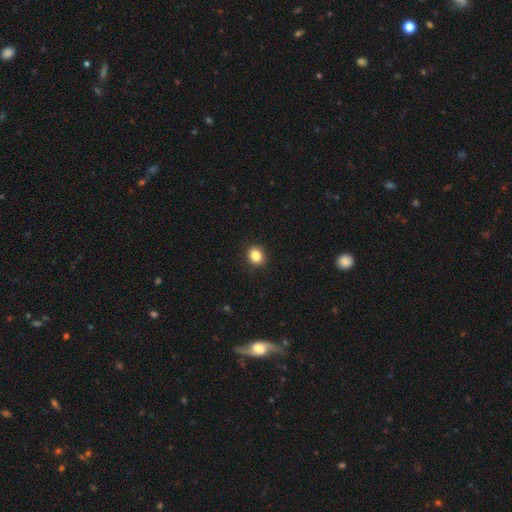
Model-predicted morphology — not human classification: This is clearly a smooth galaxy (85%). How rounded: likely round (72%). Merging: clearly none (91%).